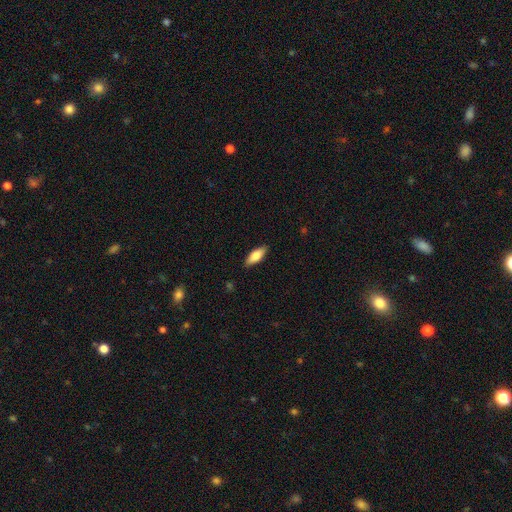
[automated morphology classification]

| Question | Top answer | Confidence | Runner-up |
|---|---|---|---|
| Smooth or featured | smooth | 79% | featured or disk (15%) |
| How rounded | in between | 74% | cigar-shaped (24%) |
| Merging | none | 87% | minor disturbance (10%) |